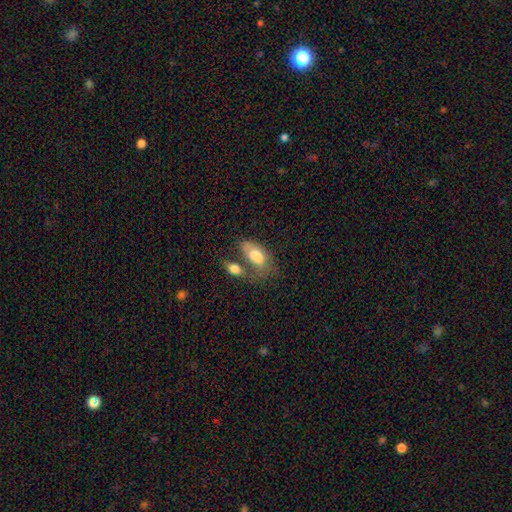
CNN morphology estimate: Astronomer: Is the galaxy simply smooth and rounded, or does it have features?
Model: smooth — 75%.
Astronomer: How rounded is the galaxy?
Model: in between — 91%.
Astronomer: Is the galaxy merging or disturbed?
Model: merger — 41% (runner-up: none, 25%).